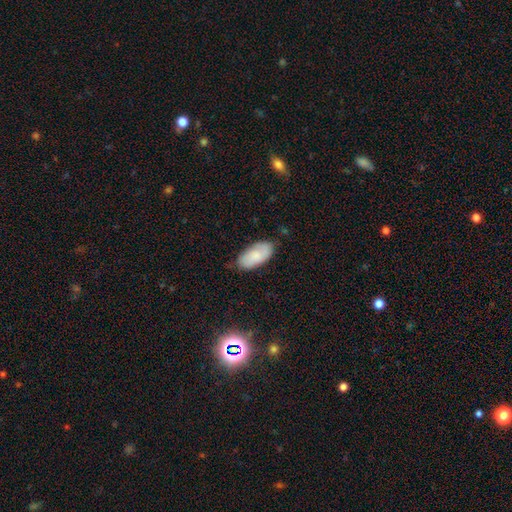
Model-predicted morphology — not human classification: Smooth or featured? smooth (76%)
How rounded? in between (94%)
Merging? none (73%)